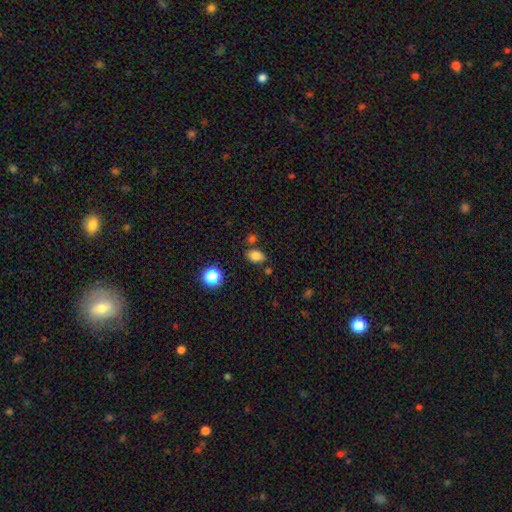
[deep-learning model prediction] A smooth galaxy with no disk features (82%) that is in between round and cigar-shaped (78%).

Vote fractions:
- Smooth or featured? smooth: 82% / star or artifact: 13% / featured or disk: 6%
- How rounded? in between: 78% / round: 20% / cigar-shaped: 1%
- Merging? none: 76% / minor disturbance: 13% / merger: 8% / major disturbance: 3%